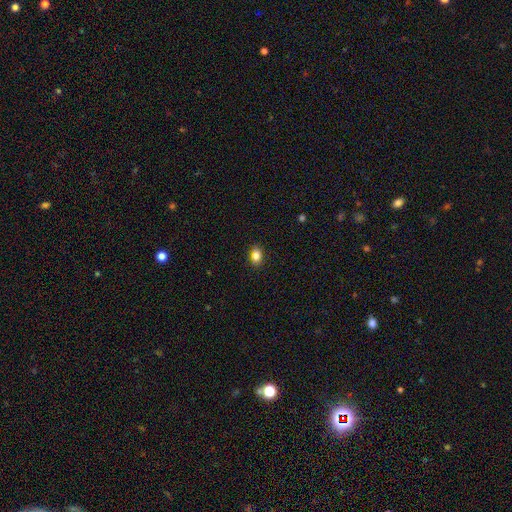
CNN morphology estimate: A smooth galaxy with no disk features (81%) that is in between round and cigar-shaped (74%).

Vote fractions:
- Smooth or featured? smooth: 81% / star or artifact: 12% / featured or disk: 7%
- How rounded? in between: 74% / round: 24% / cigar-shaped: 2%
- Merging? none: 86% / minor disturbance: 10% / major disturbance: 2% / merger: 2%